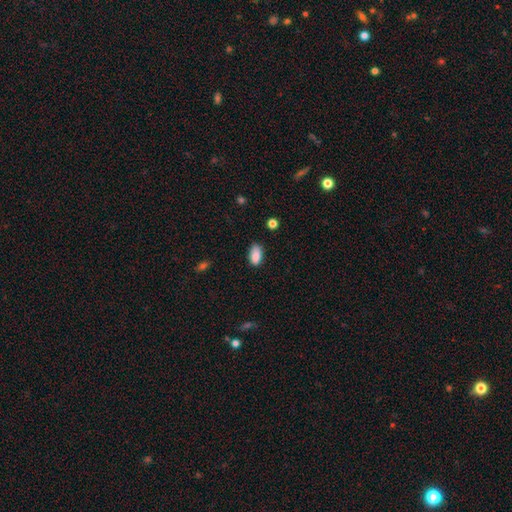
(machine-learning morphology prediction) This appears to be a smooth galaxy with no disk features (88%) that is in between round and cigar-shaped (90%). Merging: none (74%).